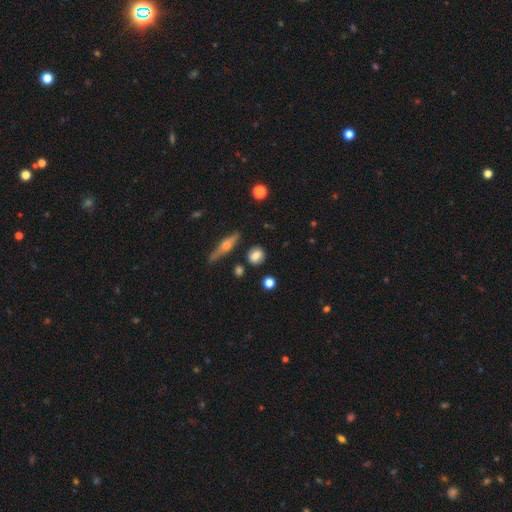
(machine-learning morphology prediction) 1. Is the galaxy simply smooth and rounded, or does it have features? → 76% smooth, 15% featured or disk, 9% star or artifact.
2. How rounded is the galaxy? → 67% round, 29% in between, 4% cigar-shaped.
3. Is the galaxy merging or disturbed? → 82% none, 11% minor disturbance, 3% merger, 3% major disturbance.